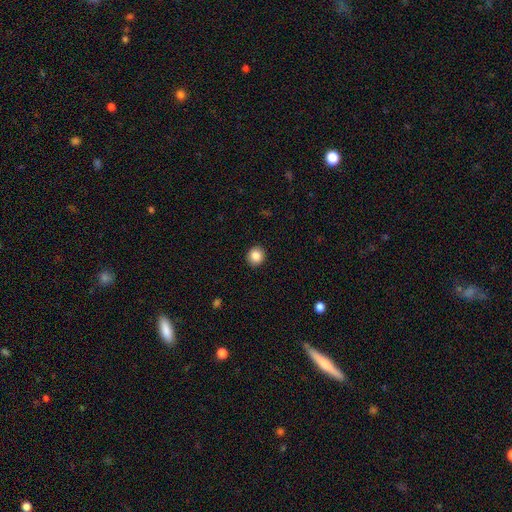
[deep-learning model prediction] Smooth or featured?
  - smooth: 86% *
  - star or artifact: 9%
  - featured or disk: 4%
How rounded?
  - round: 86% *
  - in between: 14%
  - cigar-shaped: 1%
Merging?
  - none: 92% *
  - minor disturbance: 5%
  - major disturbance: 2%
  - merger: 1%